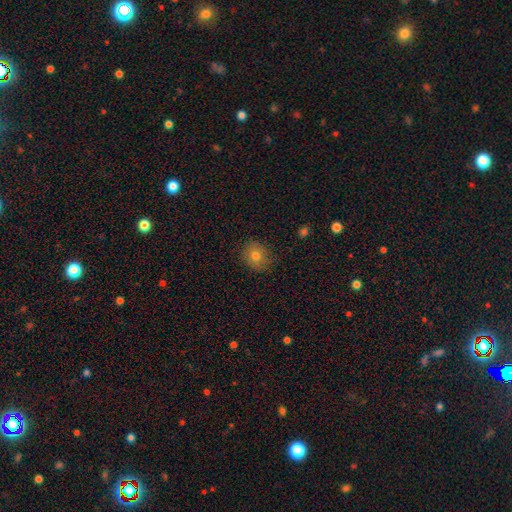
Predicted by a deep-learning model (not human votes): Smooth or featured: smooth — 77% (featured or disk — 12%)
How rounded: round — 74% (in between — 25%)
Merging: none — 85% (minor disturbance — 12%)